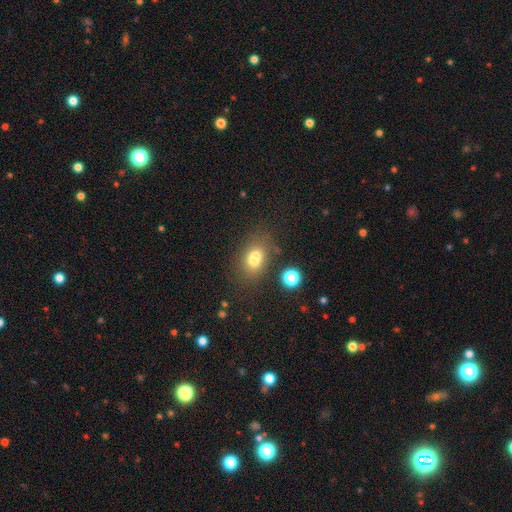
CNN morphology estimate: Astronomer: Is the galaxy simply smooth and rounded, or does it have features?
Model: smooth — 71%.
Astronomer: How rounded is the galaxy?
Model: in between — 69%.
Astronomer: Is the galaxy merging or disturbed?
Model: none — 48% (runner-up: merger, 32%).